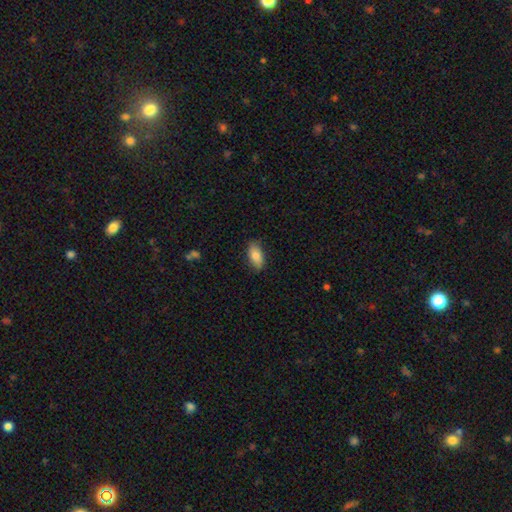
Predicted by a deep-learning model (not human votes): The model was most divided on "smooth or featured": smooth: 81%, featured or disk: 12%, star or artifact: 7%. More confident: how rounded — in between (90%); merging — none (84%).